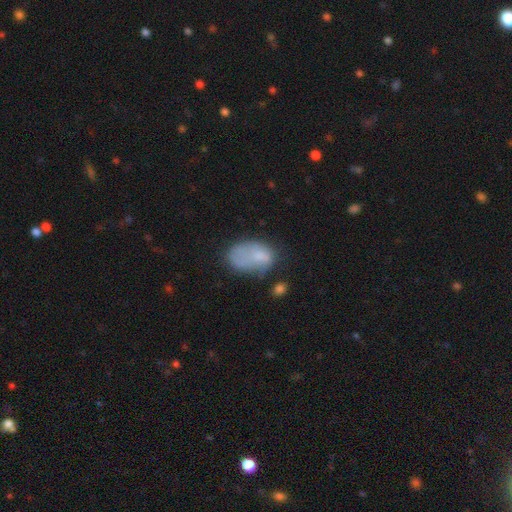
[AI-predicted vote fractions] Overall: smooth (70%). How rounded: in between (89%). Merging: none (34%; minor disturbance 32%).